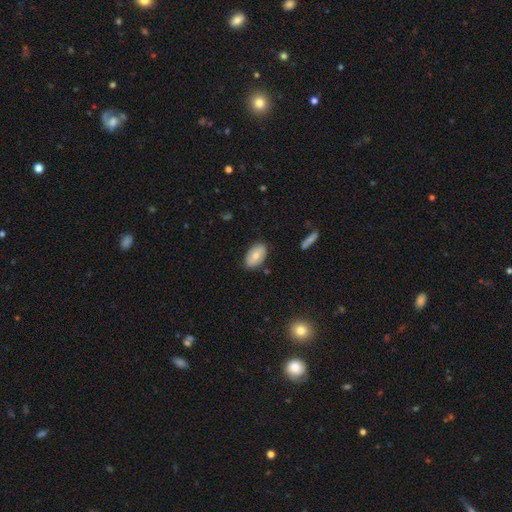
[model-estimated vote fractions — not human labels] Smooth or featured? smooth (62%)
How rounded? in between (92%)
Merging? none (83%)